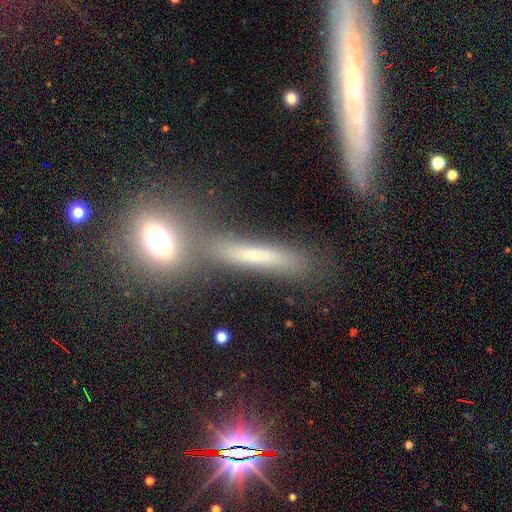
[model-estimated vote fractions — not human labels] A smooth galaxy with no disk features (53%) that is cigar-shaped (81%).

Vote fractions:
- Smooth or featured? smooth: 53% / featured or disk: 29% / star or artifact: 17%
- How rounded? cigar-shaped: 81% / in between: 13% / round: 6%
- Merging? none: 68% / merger: 14% / minor disturbance: 13% / major disturbance: 5%